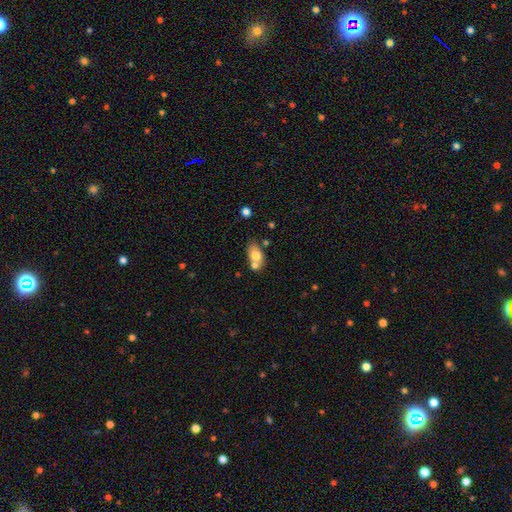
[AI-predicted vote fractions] A smooth galaxy with no disk features (71%) that is in between round and cigar-shaped (81%).

Vote fractions:
- Smooth or featured? smooth: 71% / featured or disk: 20% / star or artifact: 9%
- How rounded? in between: 81% / round: 17% / cigar-shaped: 3%
- Merging? none: 46% / merger: 37% / minor disturbance: 13% / major disturbance: 4%